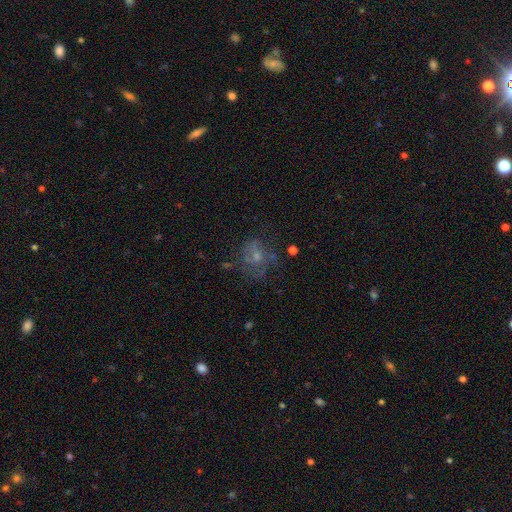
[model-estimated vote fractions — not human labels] smooth_or_featured: featured or disk (p=0.51) [alt: smooth p=0.33]
disk_edge_on: no (p=0.97) [alt: yes p=0.03]
merging: none (p=0.51) [alt: major disturbance p=0.24]